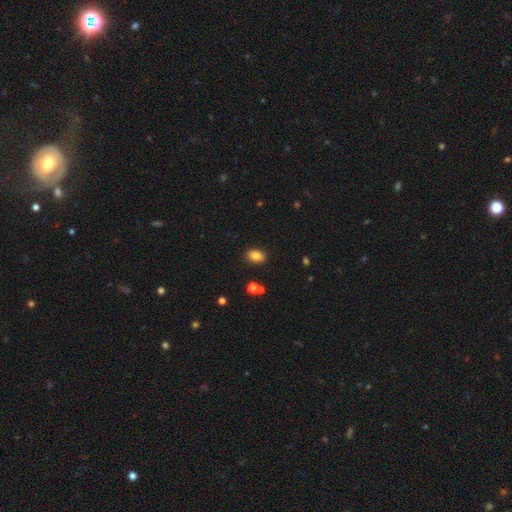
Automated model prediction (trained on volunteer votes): This is clearly a smooth galaxy (83%). How rounded: clearly in between (83%). Merging: clearly none (86%).